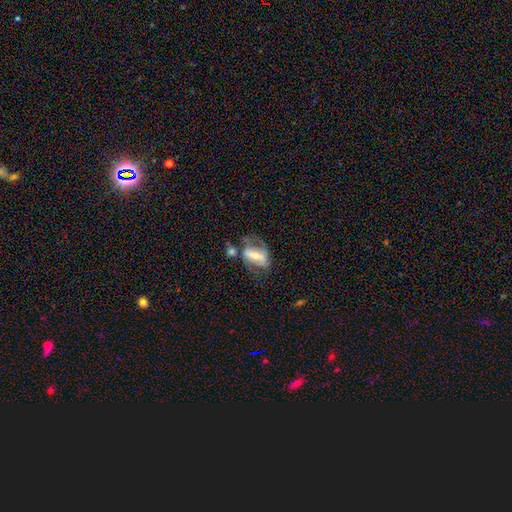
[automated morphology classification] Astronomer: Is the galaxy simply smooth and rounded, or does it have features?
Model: featured or disk — 63%.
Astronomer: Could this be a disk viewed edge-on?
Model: no — 91%.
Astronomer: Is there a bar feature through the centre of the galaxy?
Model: strong — 56%.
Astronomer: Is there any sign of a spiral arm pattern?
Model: yes — 58% (runner-up: no, 42%).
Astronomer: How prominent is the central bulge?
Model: moderate — 49% (runner-up: small, 42%).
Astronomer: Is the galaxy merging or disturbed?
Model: none — 38% (runner-up: major disturbance, 23%).